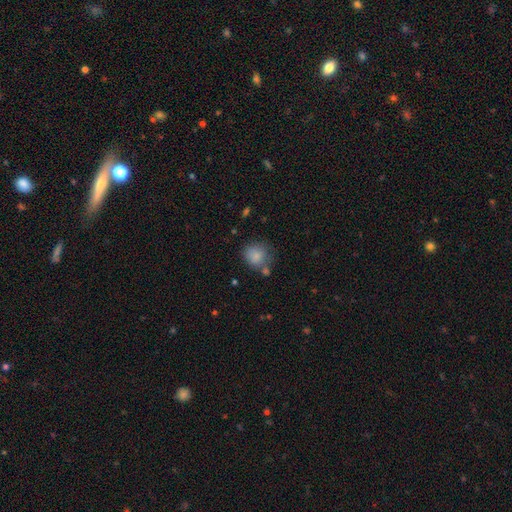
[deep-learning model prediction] Smooth or featured: smooth — 84% (star or artifact — 9%)
How rounded: round — 81% (in between — 18%)
Merging: none — 61% (minor disturbance — 20%)